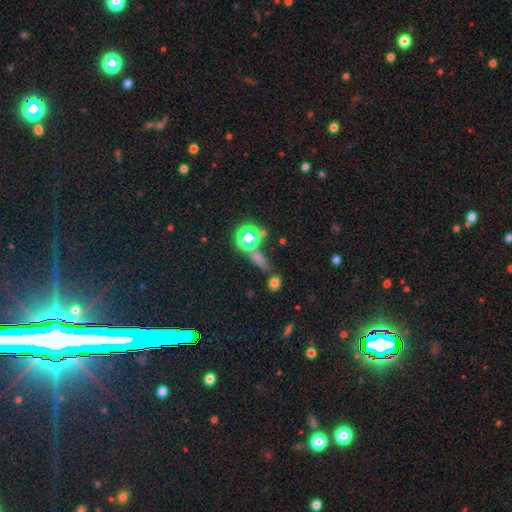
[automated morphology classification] Smooth or featured? Predicted: star or artifact (p=0.56).